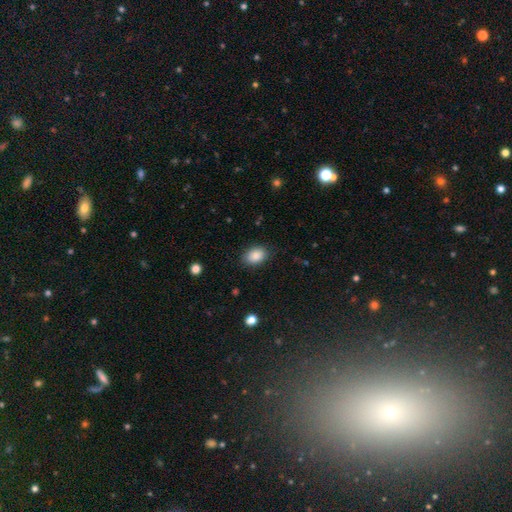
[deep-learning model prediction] A smooth galaxy with no disk features (87%) that is in between round and cigar-shaped (76%).

Vote fractions:
- Smooth or featured? smooth: 87% / star or artifact: 8% / featured or disk: 5%
- How rounded? in between: 76% / round: 23% / cigar-shaped: 1%
- Merging? none: 84% / minor disturbance: 12% / major disturbance: 3% / merger: 1%